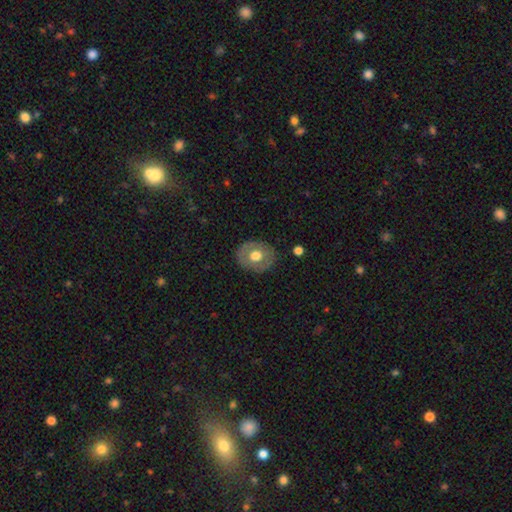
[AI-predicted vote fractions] Smooth or featured? Predicted: smooth (p=0.53). How rounded? Predicted: round (p=0.60). Merging? Predicted: none (p=0.83).